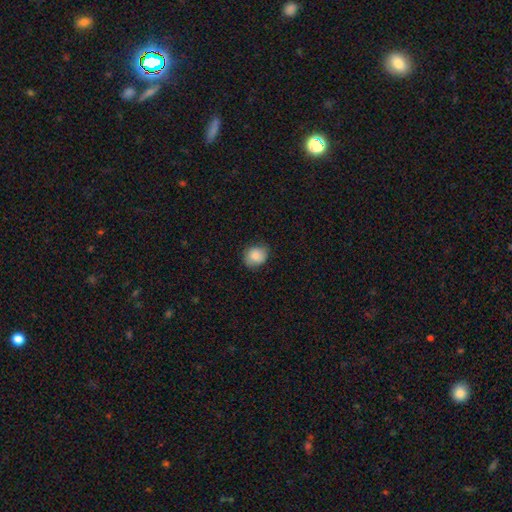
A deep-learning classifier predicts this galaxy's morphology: smooth-or-featured: smooth: 83% | featured or disk: 9% | star or artifact: 8%
  how-rounded: round: 70% | in between: 29% | cigar-shaped: 1%
  merging: none: 77% | minor disturbance: 18% | major disturbance: 3% | merger: 1%